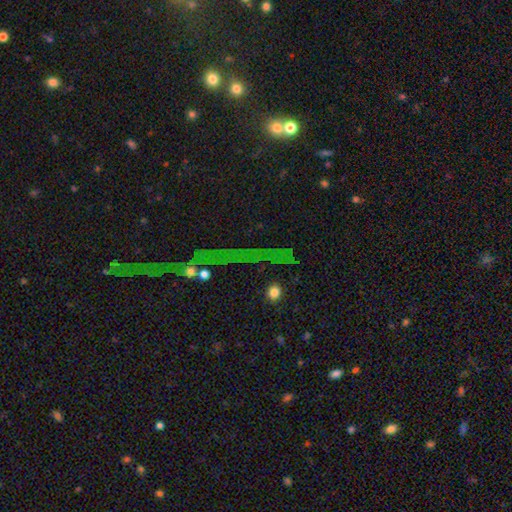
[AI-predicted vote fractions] A star or artifact, not a galaxy (74%).

Vote fractions:
- Smooth or featured? star or artifact: 74% / smooth: 13% / featured or disk: 13%